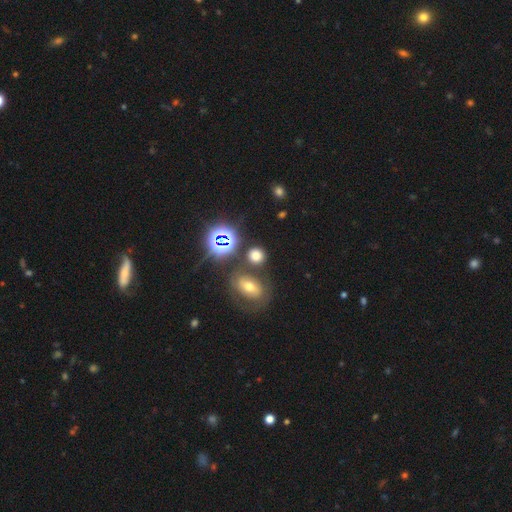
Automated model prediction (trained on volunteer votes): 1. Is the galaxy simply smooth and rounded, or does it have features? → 61% smooth, 29% star or artifact, 10% featured or disk.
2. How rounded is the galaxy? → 77% round, 21% in between, 2% cigar-shaped.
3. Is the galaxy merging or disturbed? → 74% none, 11% merger, 10% minor disturbance, 5% major disturbance.